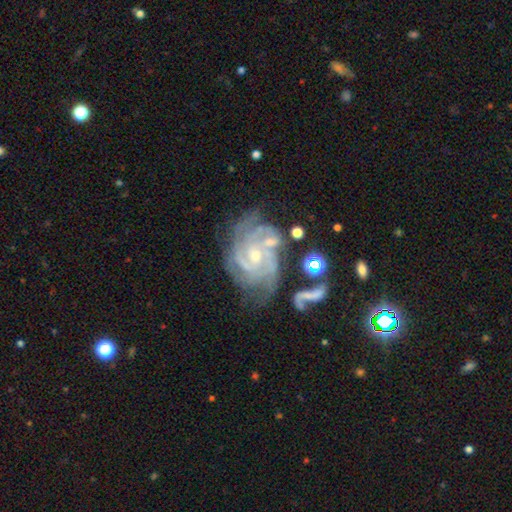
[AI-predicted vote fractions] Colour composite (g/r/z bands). It shows a featured or disk galaxy (89%) with no bar (62%), tight (61%) spiral arms (97%) and a small central bulge (55%). Merging: none (52%).